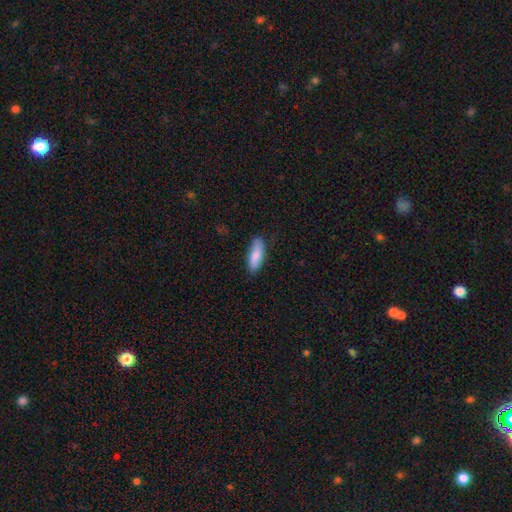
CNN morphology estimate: smooth_or_featured: smooth (p=0.81) [alt: featured or disk p=0.14]
how_rounded: in between (p=0.64) [alt: cigar-shaped p=0.34]
merging: none (p=0.80) [alt: minor disturbance p=0.16]